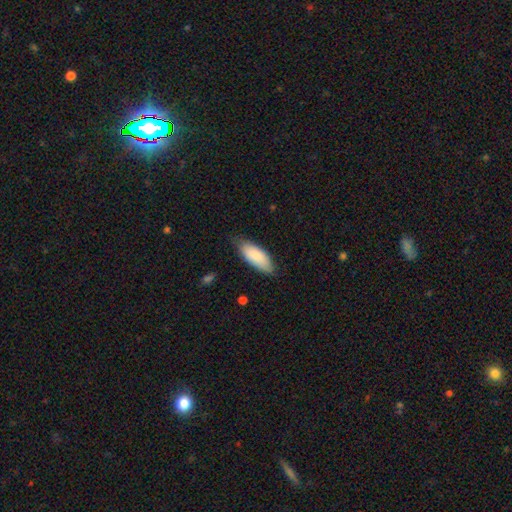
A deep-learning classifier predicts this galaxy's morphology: Smooth or featured: smooth — 85% (featured or disk — 10%)
How rounded: in between — 81% (cigar-shaped — 18%)
Merging: none — 71% (minor disturbance — 24%)